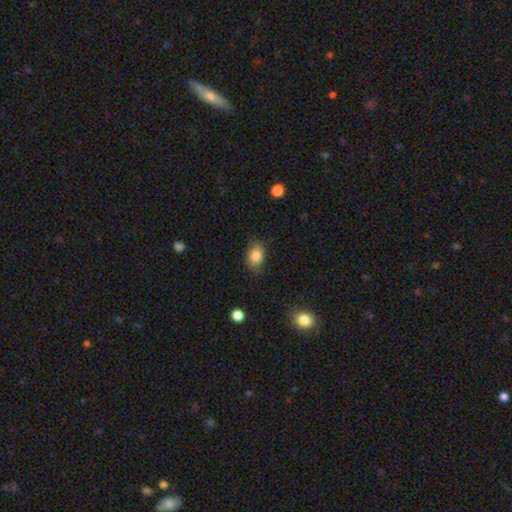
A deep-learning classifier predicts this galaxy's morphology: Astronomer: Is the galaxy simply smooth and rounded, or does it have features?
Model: smooth — 86%.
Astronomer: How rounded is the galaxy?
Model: in between — 77%.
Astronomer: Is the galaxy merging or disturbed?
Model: none — 80%.